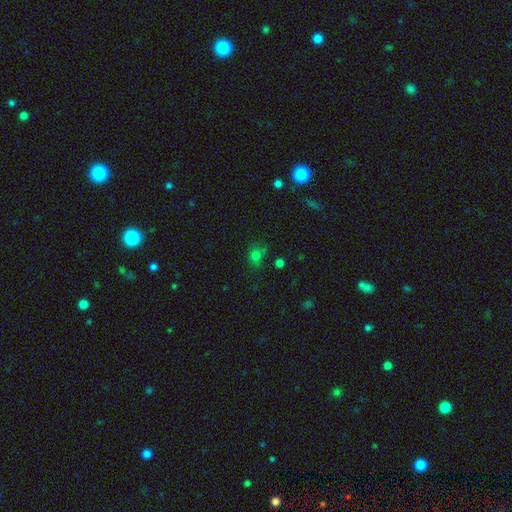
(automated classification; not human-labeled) Overall: smooth (70%). How rounded: round (71%). Merging: none (63%).